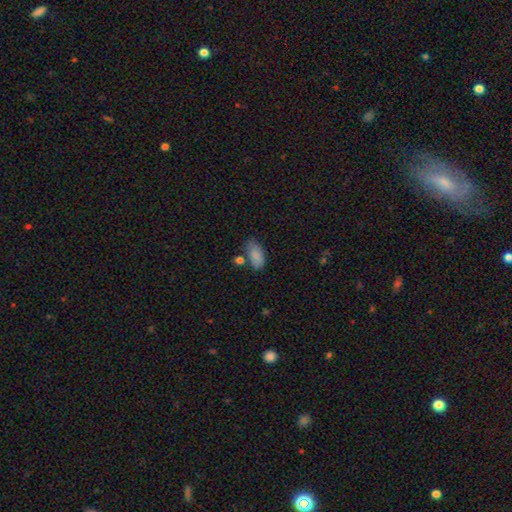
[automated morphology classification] Overall: smooth (85%). How rounded: in between (92%). Merging: none (59%; minor disturbance 23%).